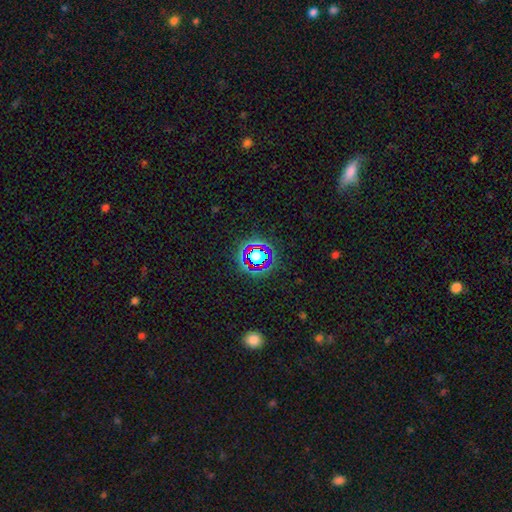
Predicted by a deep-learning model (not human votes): Smooth or featured? Predicted: star or artifact (p=0.57).